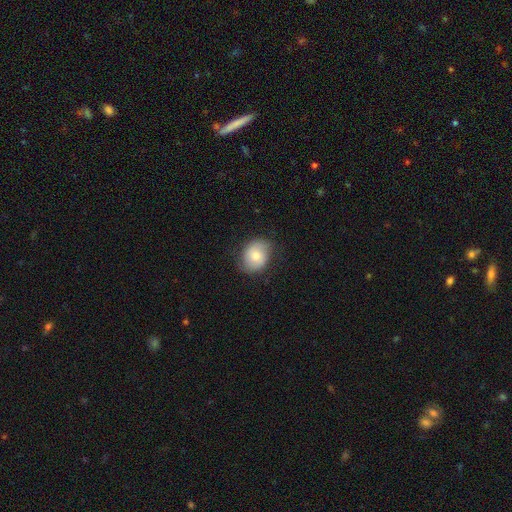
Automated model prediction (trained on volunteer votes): Smooth or featured: smooth — 68% (featured or disk — 25%)
How rounded: round — 53% (in between — 46%)
Merging: none — 75% (minor disturbance — 19%)